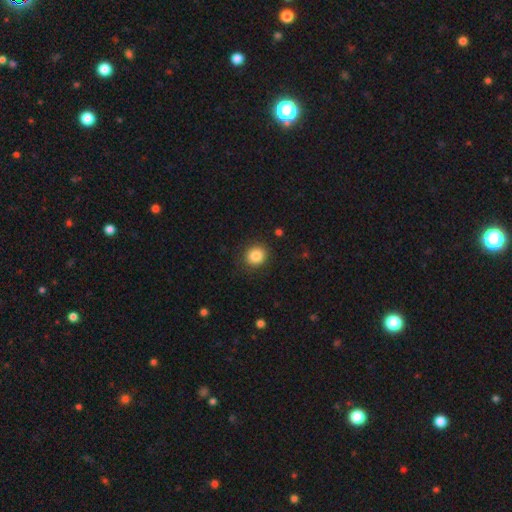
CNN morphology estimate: smooth 85%, star or artifact 10%, featured or disk 5%. Down the decision tree: how rounded — round (82%); merging — none (88%).